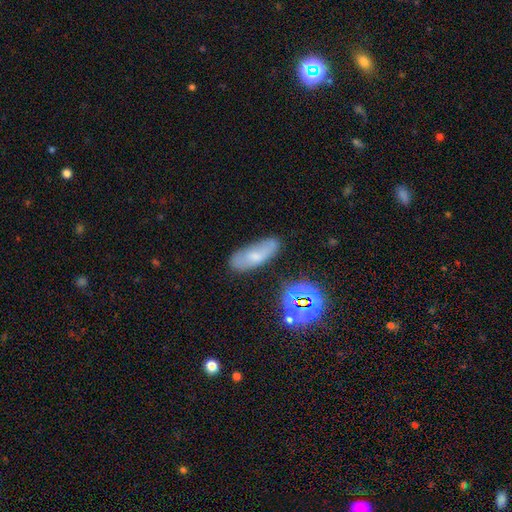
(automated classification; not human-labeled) Smooth or featured? Predicted: smooth (p=0.56). How rounded? Predicted: in between (p=0.76). Merging? Predicted: none (p=0.65).